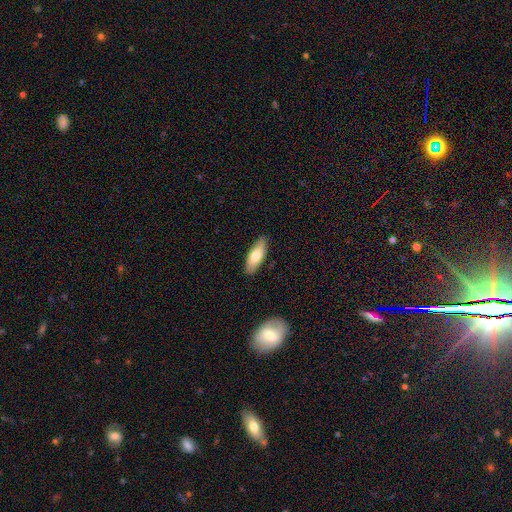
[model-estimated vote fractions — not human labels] Smooth or featured?
  - smooth: 76% *
  - featured or disk: 18%
  - star or artifact: 6%
How rounded?
  - in between: 70% *
  - cigar-shaped: 28%
  - round: 2%
Merging?
  - none: 86% *
  - minor disturbance: 11%
  - major disturbance: 2%
  - merger: 1%